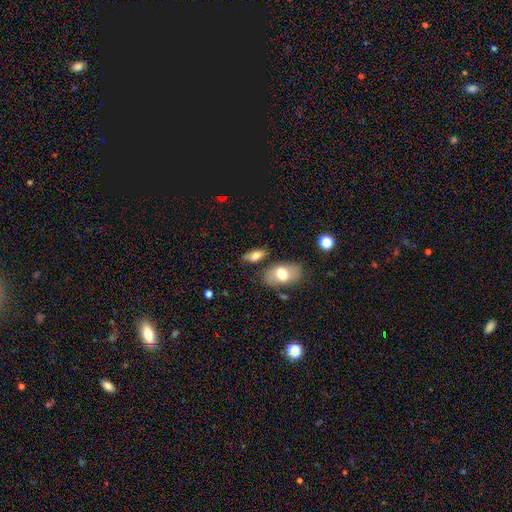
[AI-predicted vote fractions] Smooth or featured? Predicted: smooth (p=0.72). How rounded? Predicted: in between (p=0.83). Merging? Predicted: none (p=0.71).